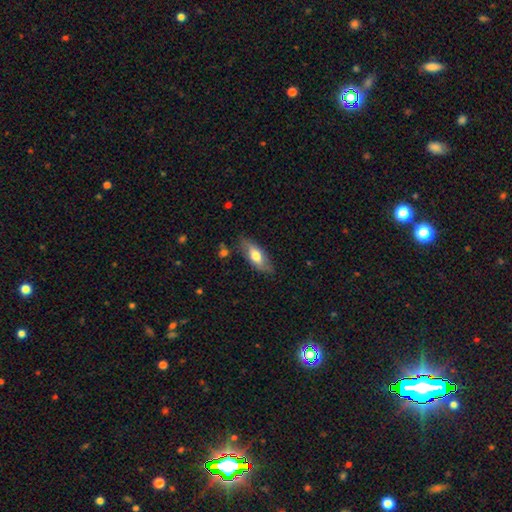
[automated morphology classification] Overall: smooth (61%; featured or disk 33%). How rounded: in between (76%). Merging: none (77%).